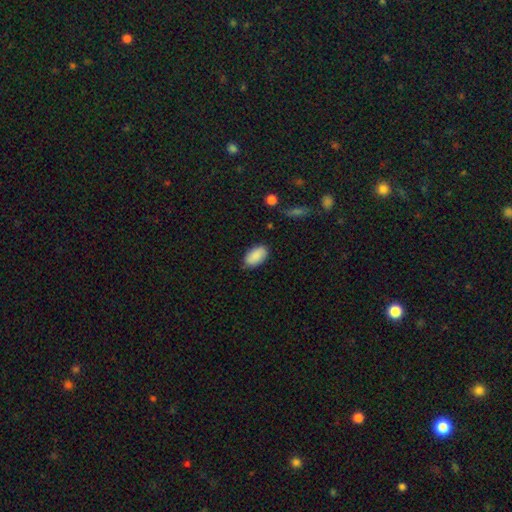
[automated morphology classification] This is clearly a smooth galaxy (88%). How rounded: clearly in between (94%). Merging: clearly none (83%).